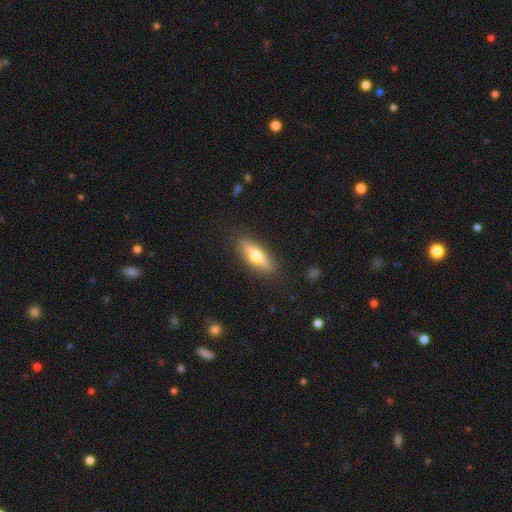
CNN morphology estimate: A smooth galaxy with no disk features (60%) that is cigar-shaped (51%). Merging: none (86%).